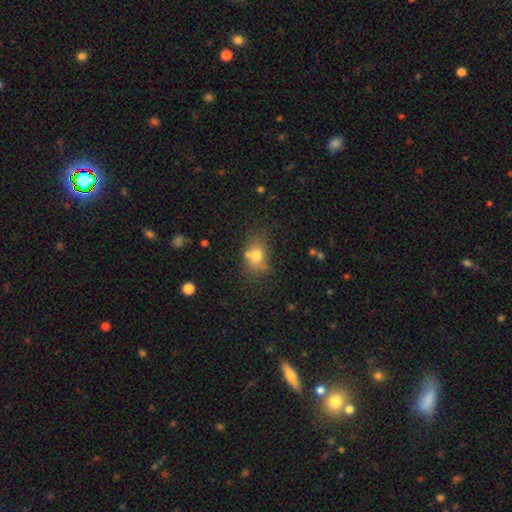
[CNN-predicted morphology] A smooth galaxy with no disk features (72%) that is in between round and cigar-shaped (60%). Merging: none (50%).